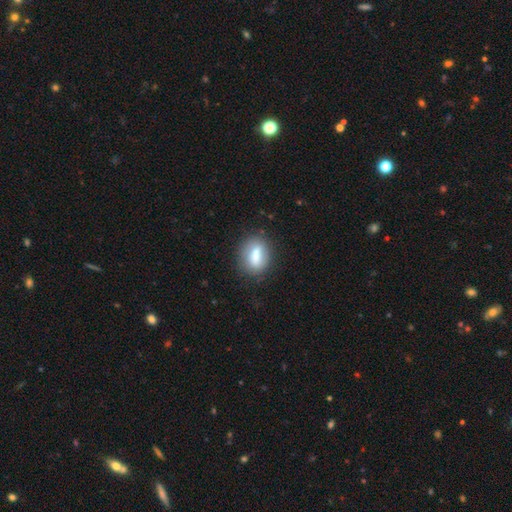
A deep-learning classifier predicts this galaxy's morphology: smooth 75%, featured or disk 16%, star or artifact 8%. Down the decision tree: how rounded — in between (70%); merging — none (72%).